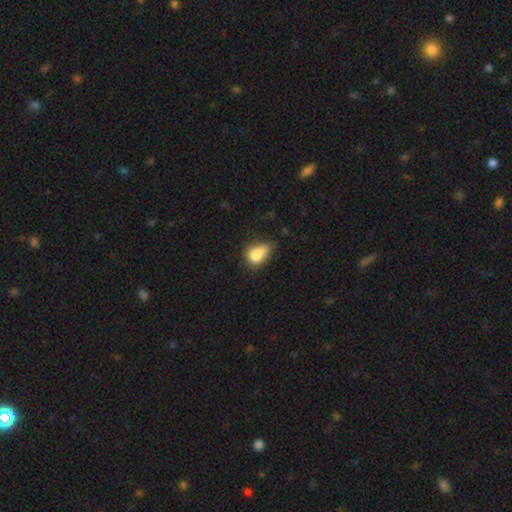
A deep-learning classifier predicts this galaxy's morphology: Smooth or featured? smooth (80%)
How rounded? in between (82%)
Merging? minor disturbance (41%)